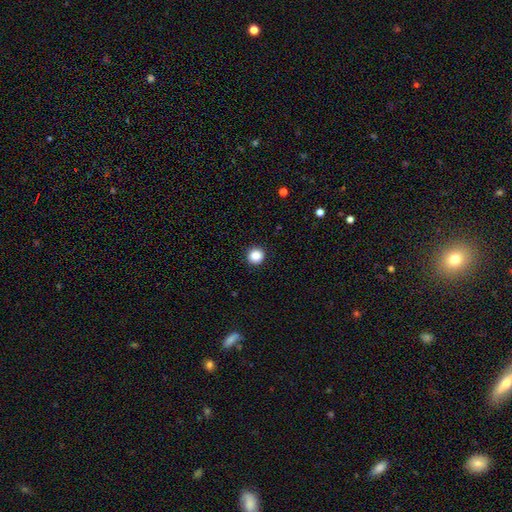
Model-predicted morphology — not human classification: A smooth galaxy with no disk features (87%) that is round (94%).

Vote fractions:
- Smooth or featured? smooth: 87% / star or artifact: 10% / featured or disk: 4%
- How rounded? round: 94% / in between: 5% / cigar-shaped: 1%
- Merging? none: 93% / minor disturbance: 4% / major disturbance: 2% / merger: 1%